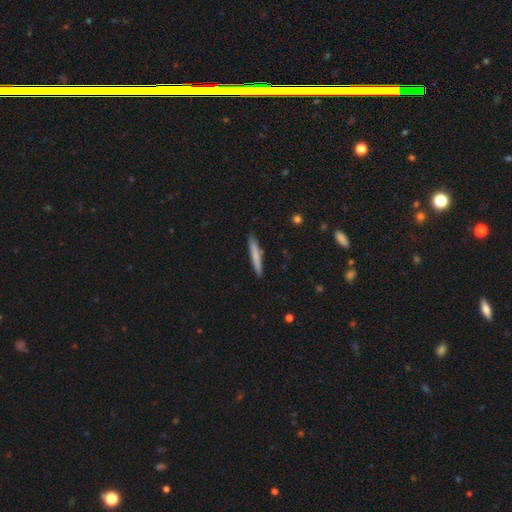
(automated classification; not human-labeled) Smooth or featured?
  - smooth: 72% *
  - featured or disk: 22%
  - star or artifact: 6%
How rounded?
  - cigar-shaped: 95% *
  - in between: 4%
  - round: 1%
Merging?
  - none: 89% *
  - minor disturbance: 8%
  - major disturbance: 1%
  - merger: 1%